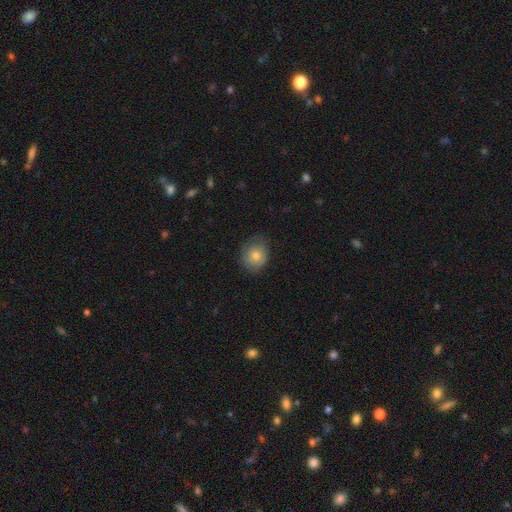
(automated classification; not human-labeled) Smooth or featured: smooth — 77% (featured or disk — 14%)
How rounded: round — 76% (in between — 23%)
Merging: none — 73% (minor disturbance — 21%)